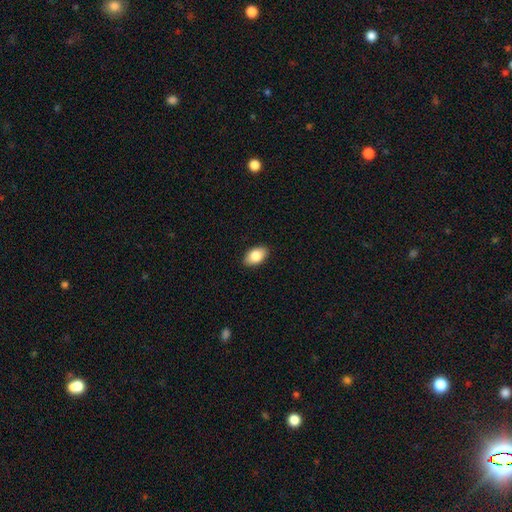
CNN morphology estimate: smooth_or_featured: smooth (p=0.84) [alt: featured or disk p=0.09]
how_rounded: in between (p=0.92) [alt: round p=0.07]
merging: none (p=0.90) [alt: minor disturbance p=0.08]